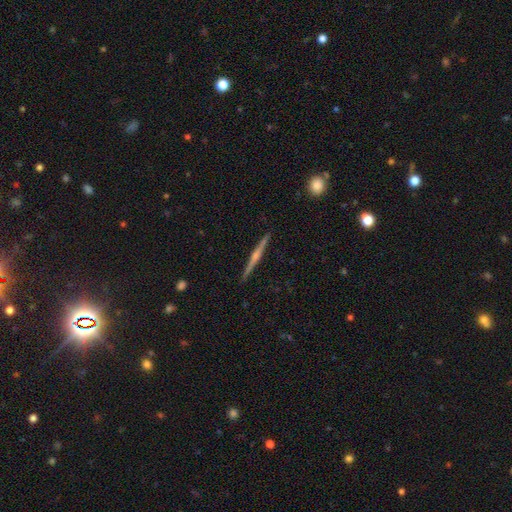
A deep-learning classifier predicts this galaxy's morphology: featured or disk 80%, smooth 14%, star or artifact 6%. Down the decision tree: edge-on disk — yes (99%); edge-on bulge — rounded (82%); merging — none (92%).